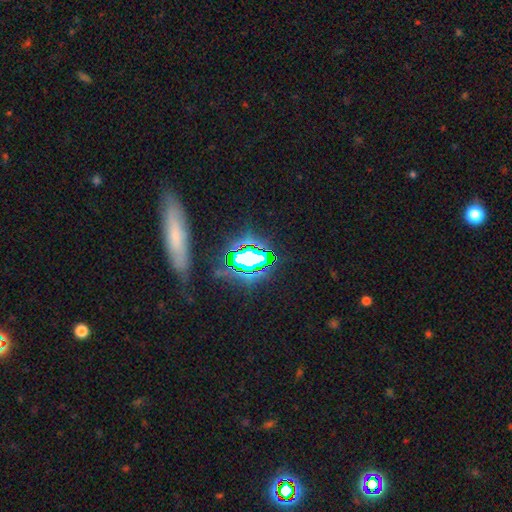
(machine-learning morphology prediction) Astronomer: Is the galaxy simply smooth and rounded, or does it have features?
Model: star or artifact — 67%.